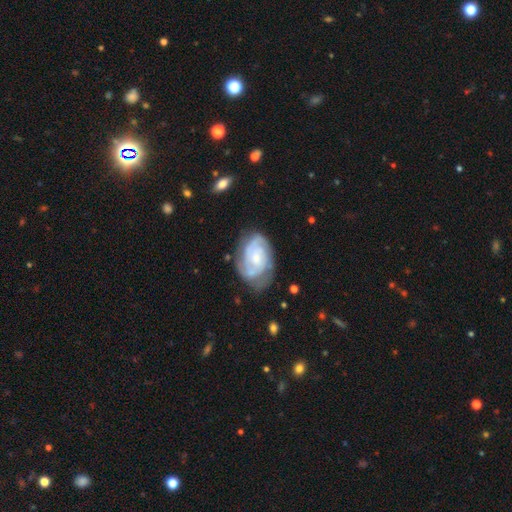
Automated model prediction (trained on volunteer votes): The model was most divided on "spiral arm count": 2: 40%, can't tell: 30%, 3: 18%, 4: 4%, 1: 4%, more than 4: 3%. More confident: edge-on disk — no (97%); spiral arms — yes (92%); smooth or featured — featured or disk (78%); bar — no (69%); merging — none (62%); spiral winding — tight (59%); bulge size — small (59%).